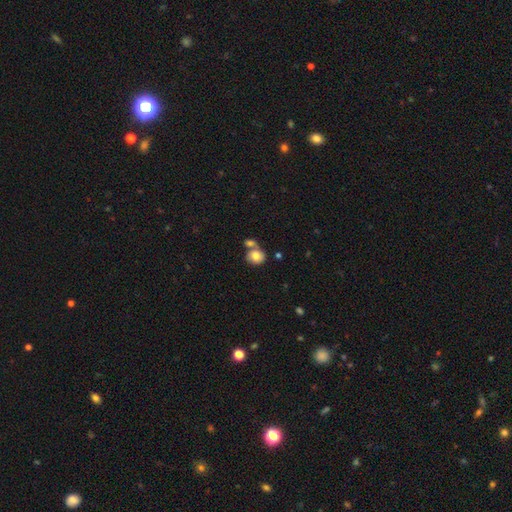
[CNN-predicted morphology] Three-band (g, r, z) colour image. It shows a smooth galaxy with no disk features (76%) that is round (66%). Merging: merger (44%).